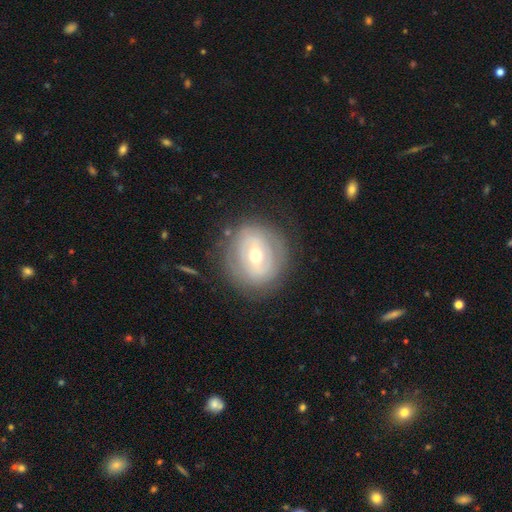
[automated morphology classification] Smooth or featured? featured or disk (66%)
Edge-on disk? no (95%)
Bar? weak (40%)
Spiral arms? yes (52%)
Bulge size? moderate (63%)
Merging? none (78%)